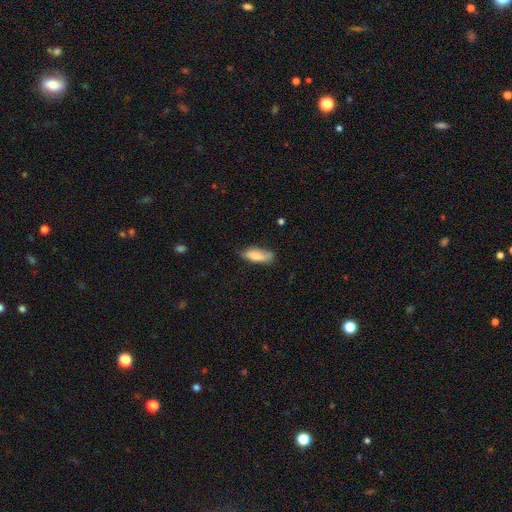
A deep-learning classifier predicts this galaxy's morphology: Smooth or featured? Predicted: smooth (p=0.72). How rounded? Predicted: in between (p=0.64). Merging? Predicted: none (p=0.58).